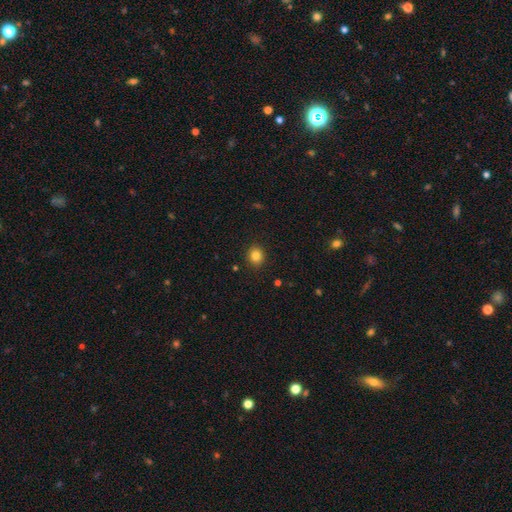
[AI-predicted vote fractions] This appears to be a smooth galaxy with no disk features (83%) that is round (83%). Merging: none (91%).